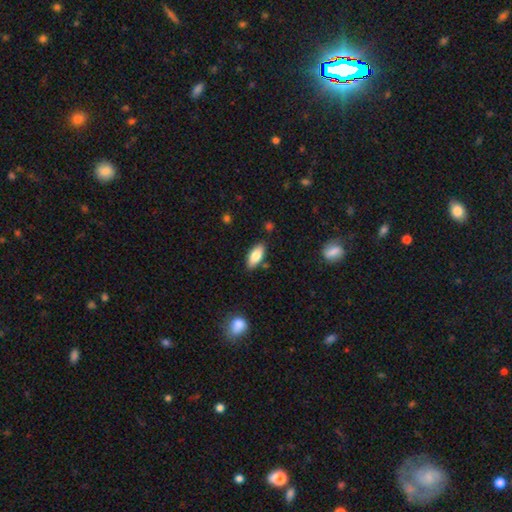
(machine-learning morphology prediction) This is clearly a smooth galaxy (82%). How rounded: clearly in between (86%). Merging: clearly none (83%).